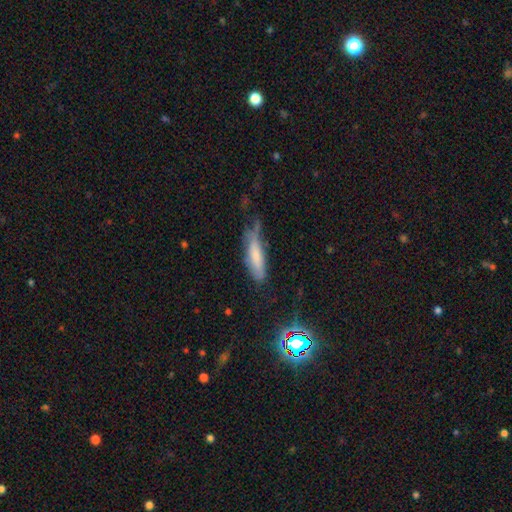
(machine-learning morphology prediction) smooth_or_featured: smooth (p=0.68) [alt: featured or disk p=0.22]
how_rounded: cigar-shaped (p=0.69) [alt: in between p=0.29]
merging: none (p=0.40) [alt: minor disturbance p=0.37]